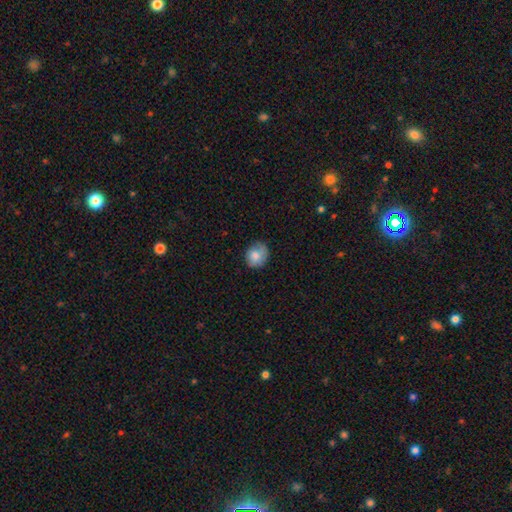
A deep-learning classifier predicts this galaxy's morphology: This appears to be a smooth galaxy with no disk features (79%) that is round (66%). Merging: none (65%).